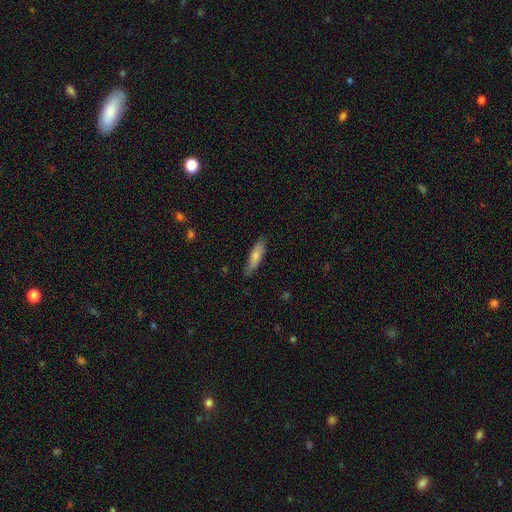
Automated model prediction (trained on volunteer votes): This appears to be a smooth galaxy with no disk features (73%) that is cigar-shaped (70%). Merging: none (79%).